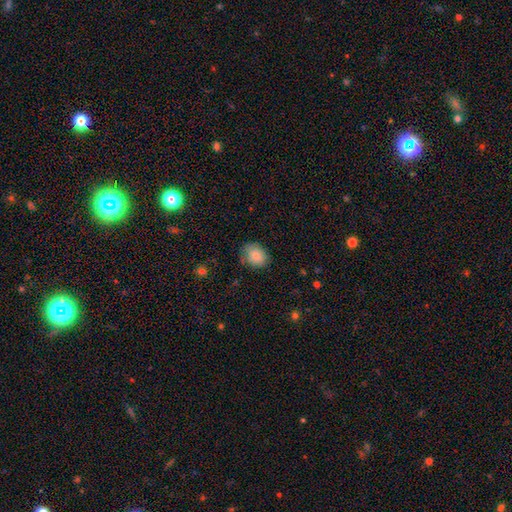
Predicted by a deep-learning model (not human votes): Smooth or featured? smooth (83%)
How rounded? in between (55%)
Merging? none (75%)